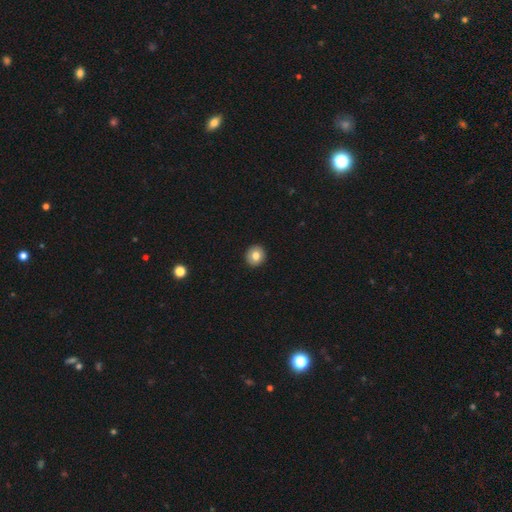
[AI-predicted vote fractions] smooth-or-featured: smooth: 79% | featured or disk: 12% | star or artifact: 9%
  how-rounded: round: 87% | in between: 12% | cigar-shaped: 1%
  merging: none: 93% | minor disturbance: 5% | major disturbance: 1% | merger: 1%